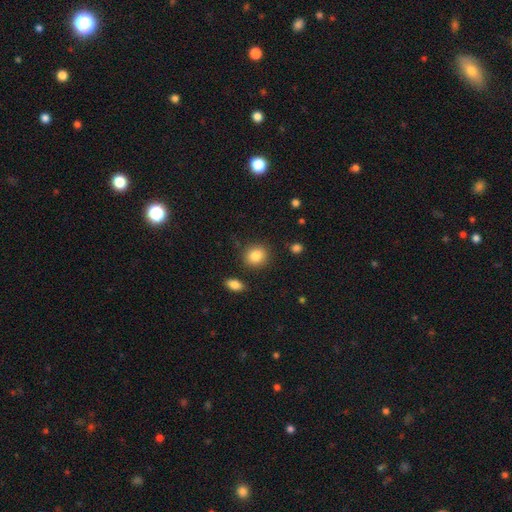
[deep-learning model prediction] Smooth or featured? smooth (85%)
How rounded? round (77%)
Merging? none (86%)